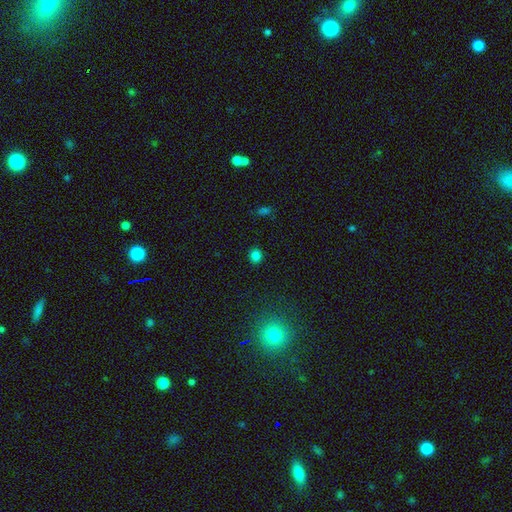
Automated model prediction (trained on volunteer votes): Overall: smooth (82%). How rounded: round (84%). Merging: none (90%).